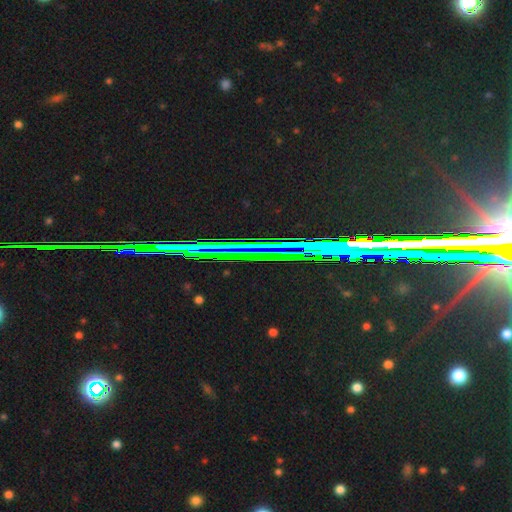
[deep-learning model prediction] Smooth or featured? star or artifact (84%)